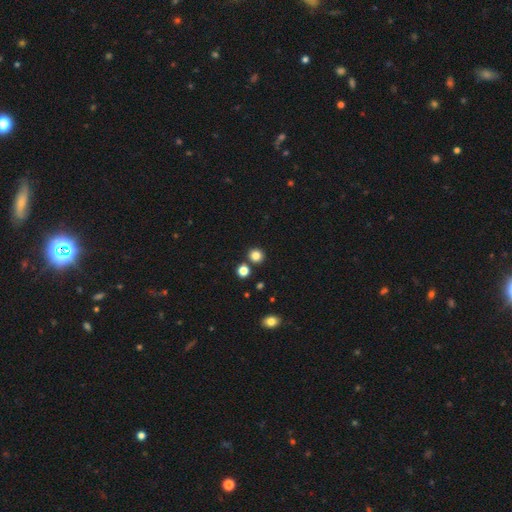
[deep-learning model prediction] This appears to be a smooth galaxy with no disk features (82%) that is round (90%). Merging: none (83%).